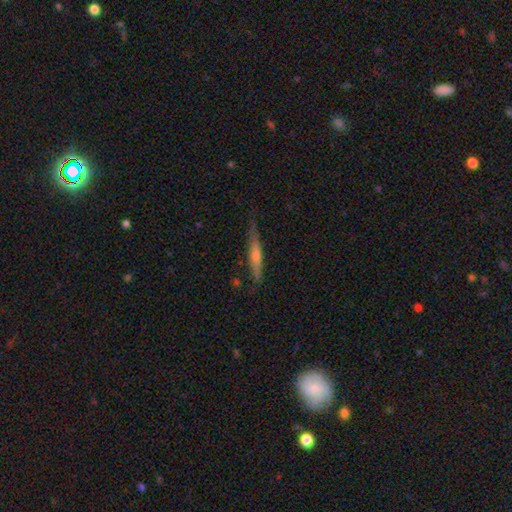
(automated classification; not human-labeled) A featured or disk galaxy (57%) viewed edge-on (95%) with a rounded central bulge (63%). Merging: none (79%).